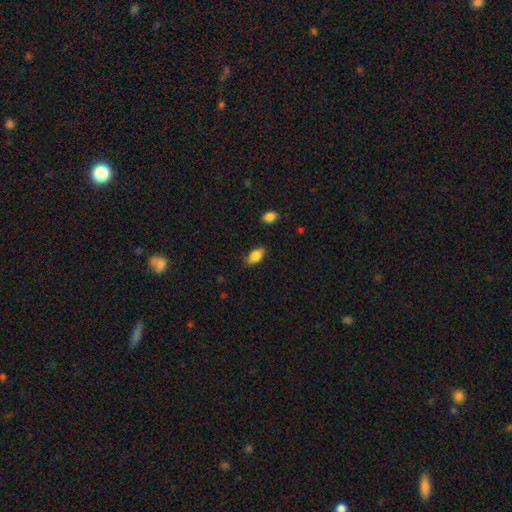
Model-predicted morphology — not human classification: A smooth galaxy with no disk features (81%) that is in between round and cigar-shaped (87%).

Vote fractions:
- Smooth or featured? smooth: 81% / featured or disk: 11% / star or artifact: 7%
- How rounded? in between: 87% / cigar-shaped: 8% / round: 5%
- Merging? none: 83% / minor disturbance: 13% / major disturbance: 3% / merger: 1%